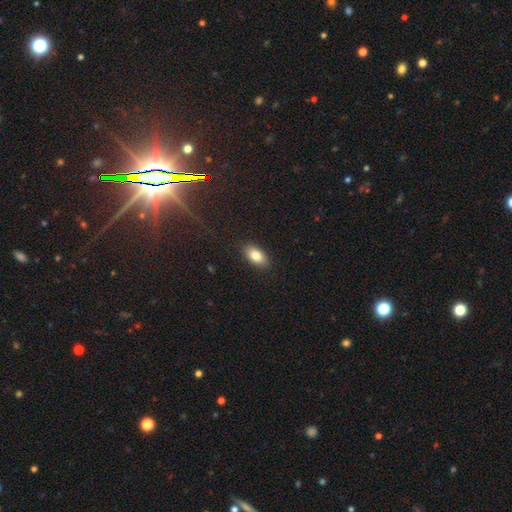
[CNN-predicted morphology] A smooth galaxy with no disk features (82%) that is in between round and cigar-shaped (92%).

Vote fractions:
- Smooth or featured? smooth: 82% / featured or disk: 10% / star or artifact: 8%
- How rounded? in between: 92% / round: 5% / cigar-shaped: 3%
- Merging? none: 89% / minor disturbance: 8% / major disturbance: 2% / merger: 1%